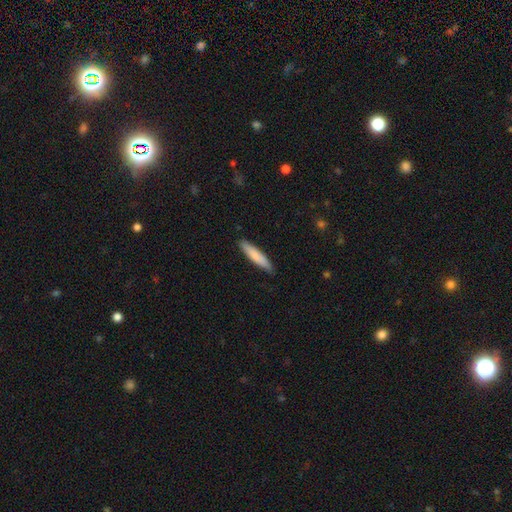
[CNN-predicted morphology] Q: Smooth or featured?
A: smooth (77%); runner-up: featured or disk (18%)
Q: How rounded?
A: cigar-shaped (86%); runner-up: in between (13%)
Q: Merging?
A: none (87%); runner-up: minor disturbance (10%)